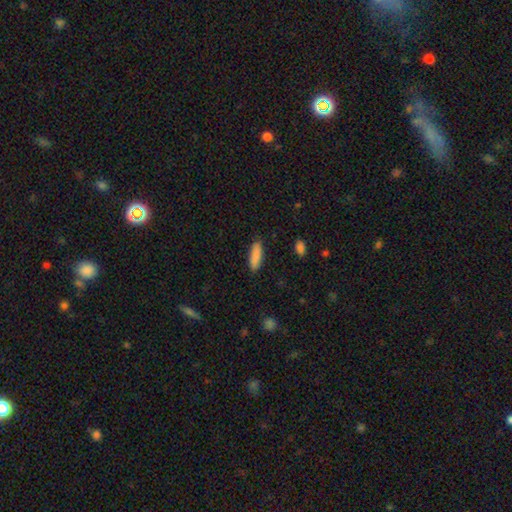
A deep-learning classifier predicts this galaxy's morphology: Overall: smooth (88%). How rounded: cigar-shaped (53%; in between 46%). Merging: none (87%).